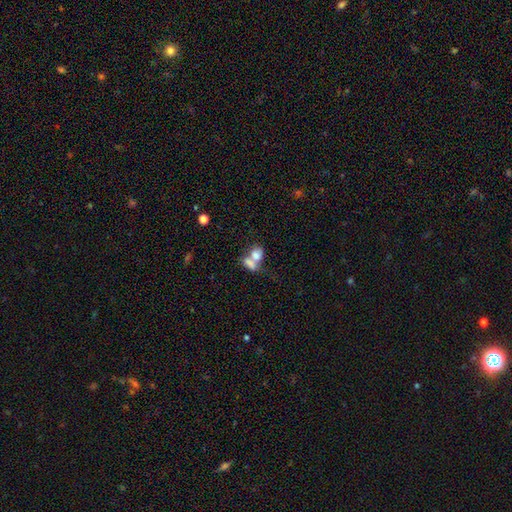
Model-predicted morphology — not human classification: This is likely a smooth galaxy (75%). How rounded: likely in between (73%). Merging: likely merger (67%).